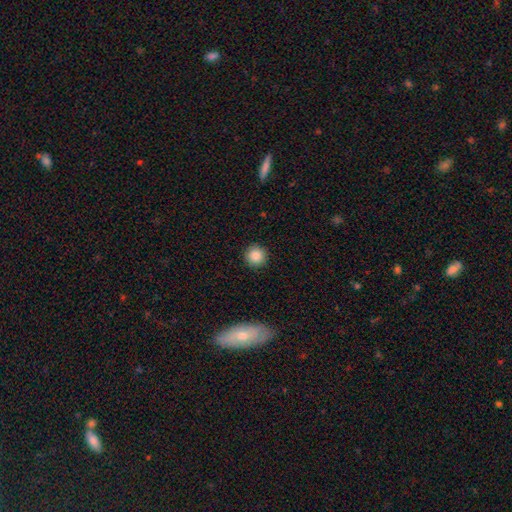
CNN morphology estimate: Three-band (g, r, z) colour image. It shows a smooth galaxy with no disk features (86%) that is round (95%). Merging: none (92%).